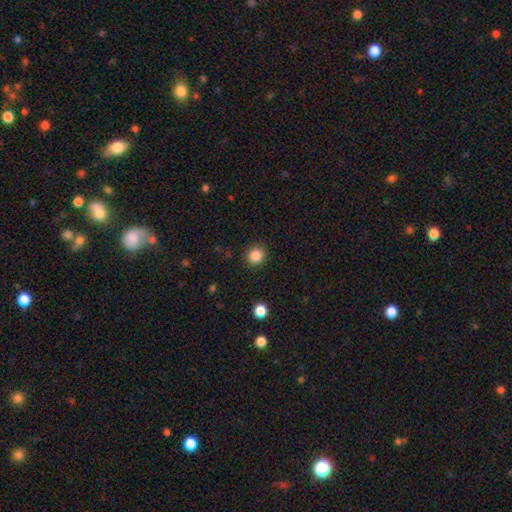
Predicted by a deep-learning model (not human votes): The model was most divided on "smooth or featured": smooth: 86%, star or artifact: 11%, featured or disk: 3%. More confident: merging — none (90%); how rounded — round (88%).